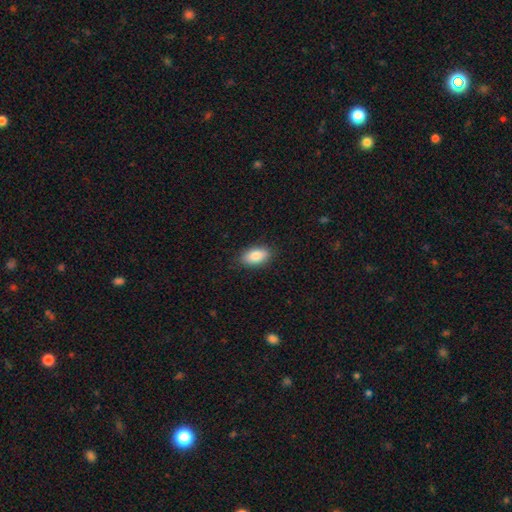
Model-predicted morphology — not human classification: smooth-or-featured: smooth: 86% | featured or disk: 8% | star or artifact: 7%
  how-rounded: in between: 92% | round: 5% | cigar-shaped: 4%
  merging: none: 87% | minor disturbance: 10% | major disturbance: 2% | merger: 1%